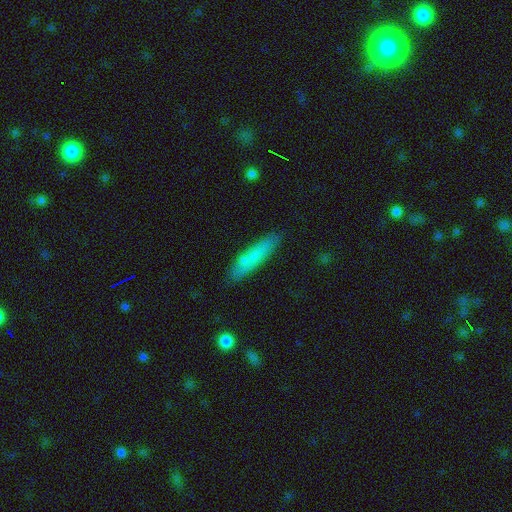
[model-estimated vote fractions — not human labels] Smooth or featured? smooth (76%)
How rounded? cigar-shaped (83%)
Merging? none (84%)